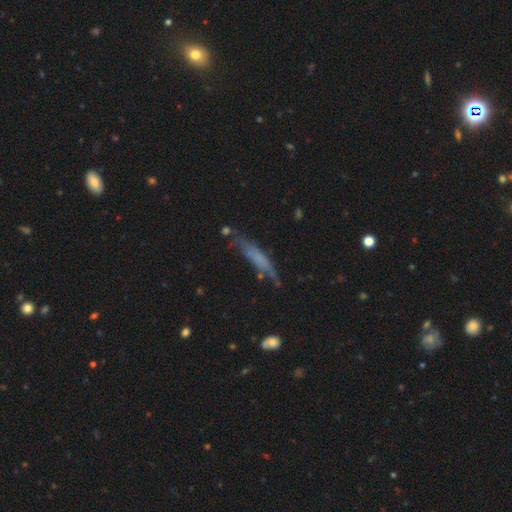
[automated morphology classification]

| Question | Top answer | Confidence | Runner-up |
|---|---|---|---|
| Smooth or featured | smooth | 49% | featured or disk (41%) |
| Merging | none | 57% | minor disturbance (26%) |